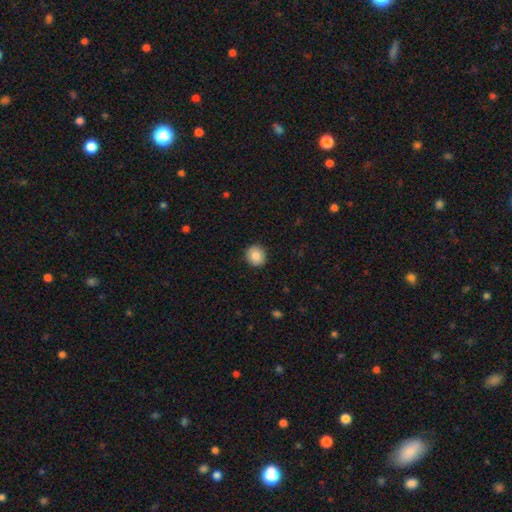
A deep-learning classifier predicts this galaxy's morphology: Smooth or featured? Predicted: smooth (p=0.85). How rounded? Predicted: round (p=0.91). Merging? Predicted: none (p=0.92).